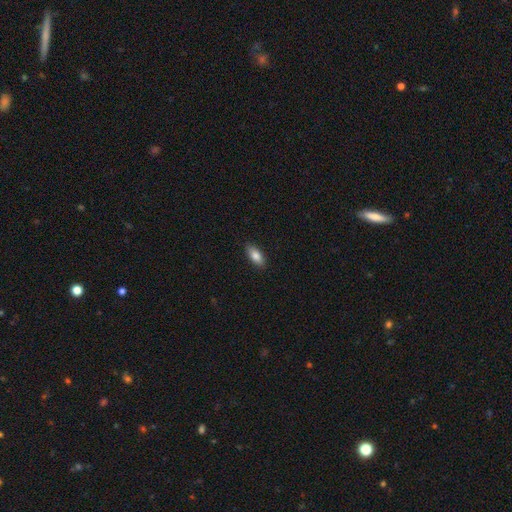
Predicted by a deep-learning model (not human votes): Smooth or featured: smooth — 84% (featured or disk — 9%)
How rounded: in between — 86% (cigar-shaped — 12%)
Merging: none — 88% (minor disturbance — 9%)